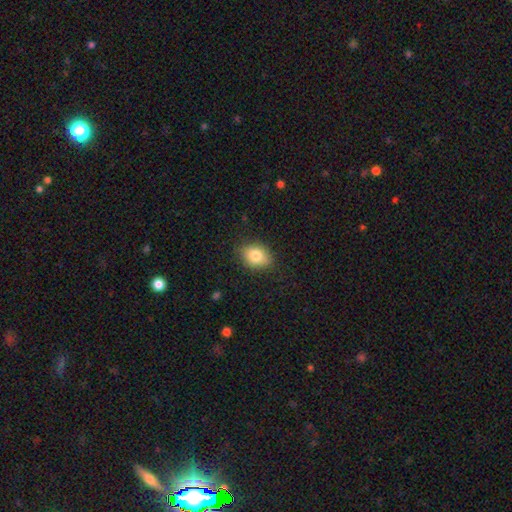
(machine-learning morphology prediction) smooth_or_featured: smooth (p=0.82) [alt: featured or disk p=0.09]
how_rounded: in between (p=0.68) [alt: round p=0.31]
merging: none (p=0.84) [alt: minor disturbance p=0.12]